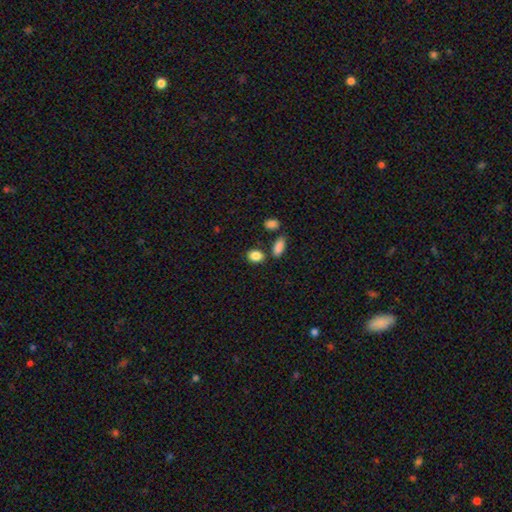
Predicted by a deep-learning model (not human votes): Smooth or featured?
  - smooth: 87% *
  - star or artifact: 8%
  - featured or disk: 5%
How rounded?
  - in between: 68% *
  - round: 30%
  - cigar-shaped: 2%
Merging?
  - none: 74% *
  - minor disturbance: 12%
  - merger: 11%
  - major disturbance: 3%